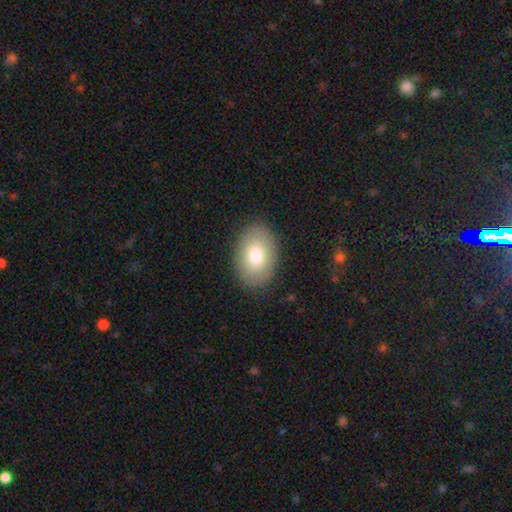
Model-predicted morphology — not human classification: smooth-or-featured: smooth: 78% | featured or disk: 16% | star or artifact: 7%
  how-rounded: in between: 87% | round: 12% | cigar-shaped: 1%
  merging: none: 87% | minor disturbance: 9% | major disturbance: 3% | merger: 1%